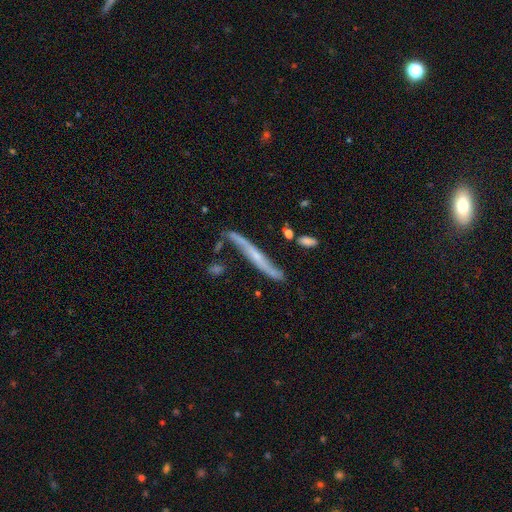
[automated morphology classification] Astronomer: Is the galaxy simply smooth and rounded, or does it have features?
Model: featured or disk — 72%.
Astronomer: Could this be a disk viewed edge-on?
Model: yes — 76%.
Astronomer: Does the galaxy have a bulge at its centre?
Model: none — 49% (runner-up: rounded, 45%).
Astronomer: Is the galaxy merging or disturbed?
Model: none — 66%.